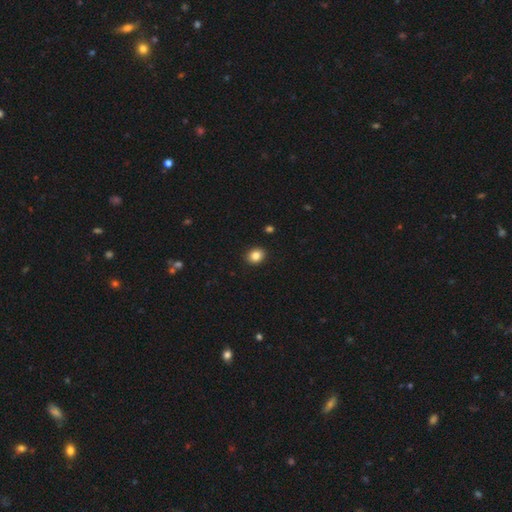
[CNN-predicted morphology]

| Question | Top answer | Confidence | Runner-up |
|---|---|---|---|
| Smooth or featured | smooth | 84% | star or artifact (10%) |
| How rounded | round | 58% | in between (41%) |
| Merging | none | 92% | minor disturbance (6%) |